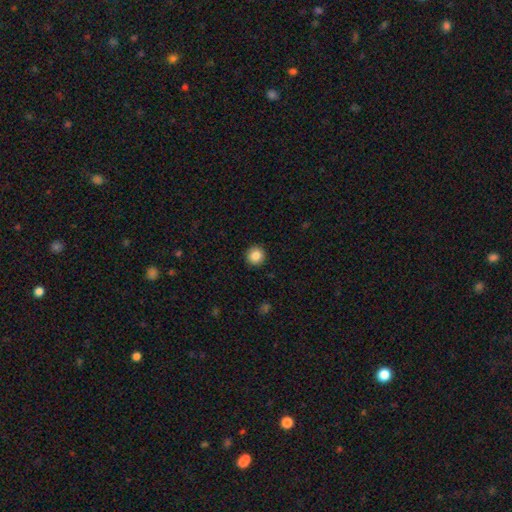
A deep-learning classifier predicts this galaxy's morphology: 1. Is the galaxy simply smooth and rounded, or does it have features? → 86% smooth, 9% star or artifact, 5% featured or disk.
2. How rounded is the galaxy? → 94% round, 5% in between, 1% cigar-shaped.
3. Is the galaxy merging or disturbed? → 92% none, 5% minor disturbance, 2% major disturbance, 1% merger.